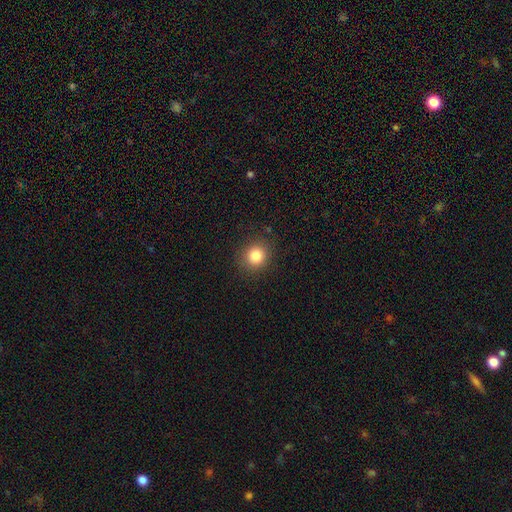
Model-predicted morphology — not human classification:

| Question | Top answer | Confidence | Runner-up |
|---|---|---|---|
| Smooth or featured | smooth | 83% | star or artifact (11%) |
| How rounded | round | 84% | in between (15%) |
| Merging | none | 88% | minor disturbance (8%) |